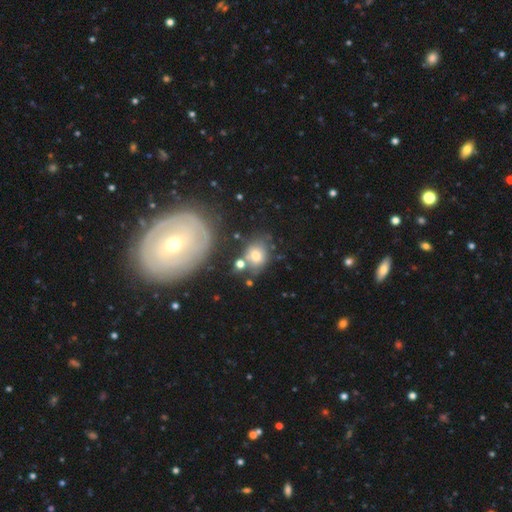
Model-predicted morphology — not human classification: smooth-or-featured: smooth: 65% | featured or disk: 22% | star or artifact: 13%
  how-rounded: in between: 50% | round: 48% | cigar-shaped: 2%
  merging: none: 56% | merger: 19% | minor disturbance: 17% | major disturbance: 8%